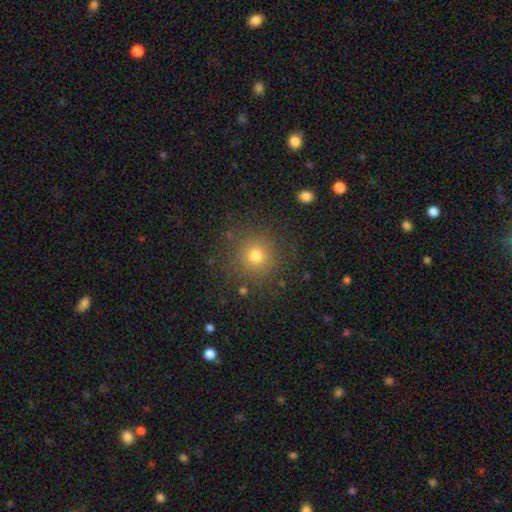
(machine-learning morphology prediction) smooth-or-featured: smooth: 75% | star or artifact: 17% | featured or disk: 8%
  how-rounded: round: 94% | in between: 5% | cigar-shaped: 1%
  merging: none: 87% | minor disturbance: 8% | major disturbance: 4% | merger: 2%